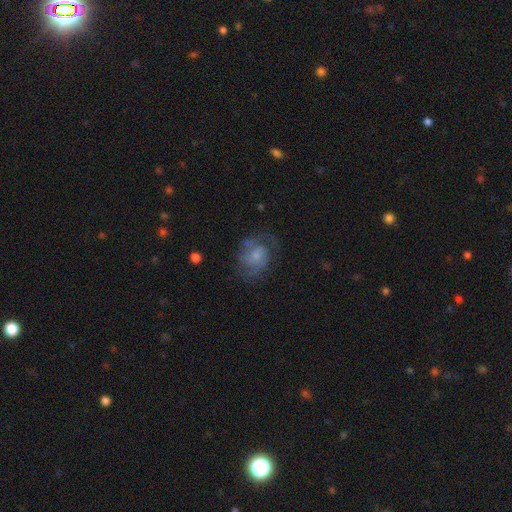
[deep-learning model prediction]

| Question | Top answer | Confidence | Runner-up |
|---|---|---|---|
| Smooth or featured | featured or disk | 53% | smooth (39%) |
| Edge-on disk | no | 97% | yes (3%) |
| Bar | no | 72% | weak (24%) |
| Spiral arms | yes | 74% | no (26%) |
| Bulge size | small | 45% | moderate (31%) |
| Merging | none | 51% | minor disturbance (24%) |